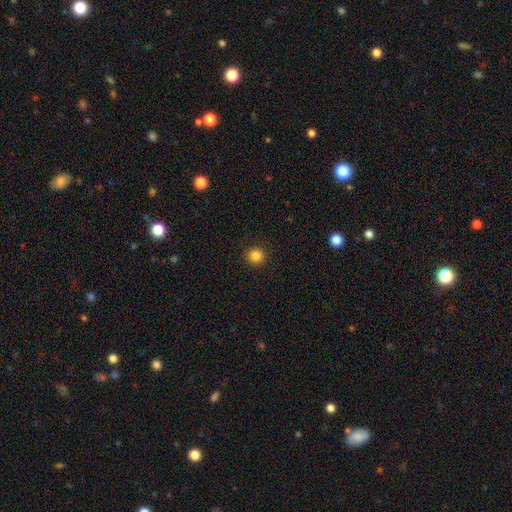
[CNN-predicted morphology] smooth 84%, star or artifact 12%, featured or disk 4%. Down the decision tree: how rounded — round (94%); merging — none (93%).